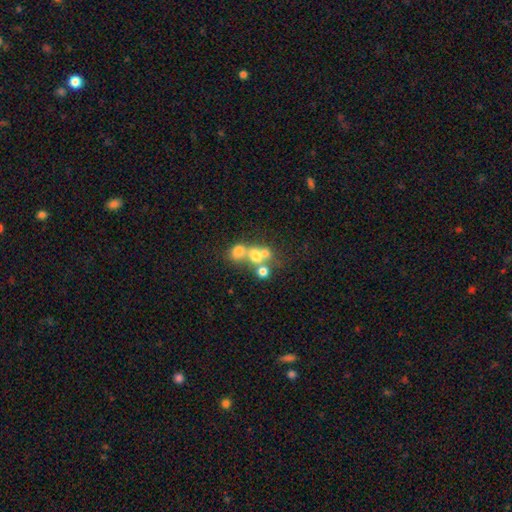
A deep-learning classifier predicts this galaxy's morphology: Smooth or featured? smooth (59%)
How rounded? round (70%)
Merging? merger (55%)